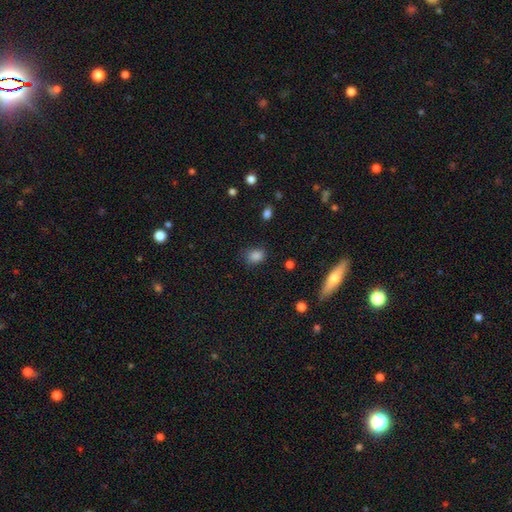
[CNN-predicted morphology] Q: Smooth or featured?
A: smooth (84%); runner-up: star or artifact (12%)
Q: How rounded?
A: in between (62%); runner-up: round (37%)
Q: Merging?
A: none (77%); runner-up: minor disturbance (17%)